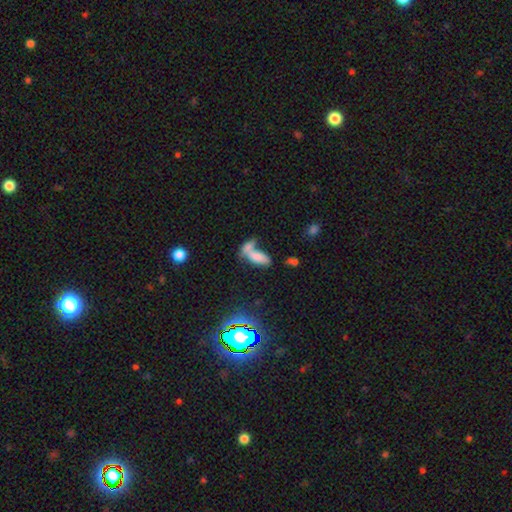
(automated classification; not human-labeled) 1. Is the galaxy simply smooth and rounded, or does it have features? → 70% smooth, 15% featured or disk, 14% star or artifact.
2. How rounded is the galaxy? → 81% in between, 15% cigar-shaped, 4% round.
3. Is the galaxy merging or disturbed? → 65% merger, 20% none, 8% minor disturbance, 7% major disturbance.